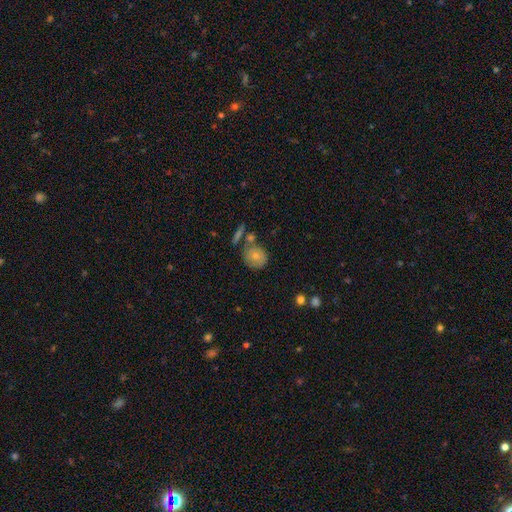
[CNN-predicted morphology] The model was most divided on "merging": none: 65%, merger: 17%, minor disturbance: 14%, major disturbance: 4%. More confident: how rounded — round (81%); smooth or featured — smooth (73%).